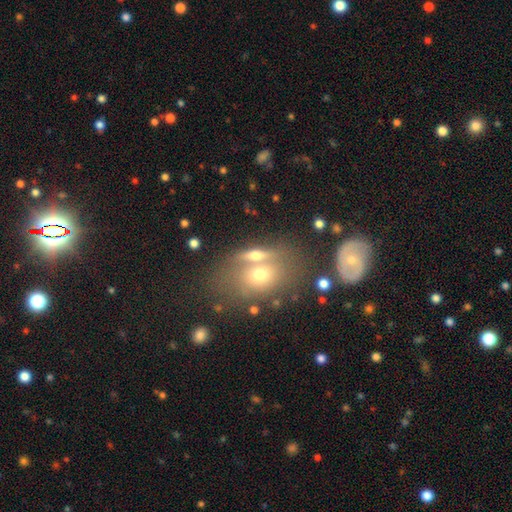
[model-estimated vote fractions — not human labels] A smooth galaxy with no disk features (54%) that is in between round and cigar-shaped (61%).

Vote fractions:
- Smooth or featured? smooth: 54% / featured or disk: 34% / star or artifact: 12%
- How rounded? in between: 61% / round: 25% / cigar-shaped: 14%
- Merging? none: 44% / merger: 38% / minor disturbance: 11% / major disturbance: 7%